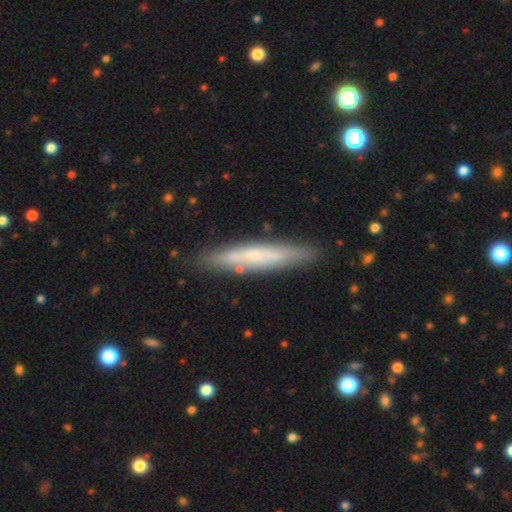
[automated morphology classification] Smooth or featured? smooth (51%)
How rounded? cigar-shaped (93%)
Merging? none (86%)